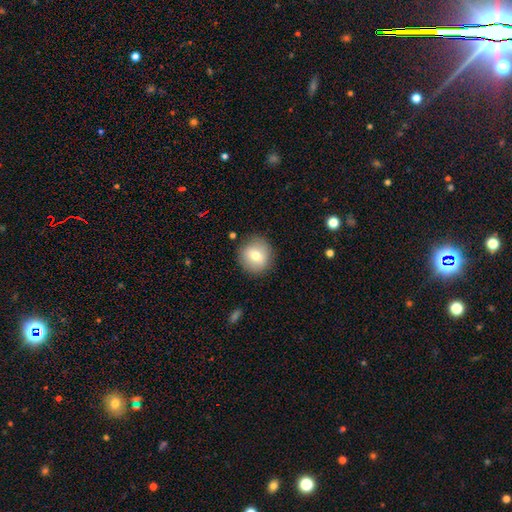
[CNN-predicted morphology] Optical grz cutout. It shows a smooth galaxy with no disk features (72%) that is round (90%). Merging: none (87%).